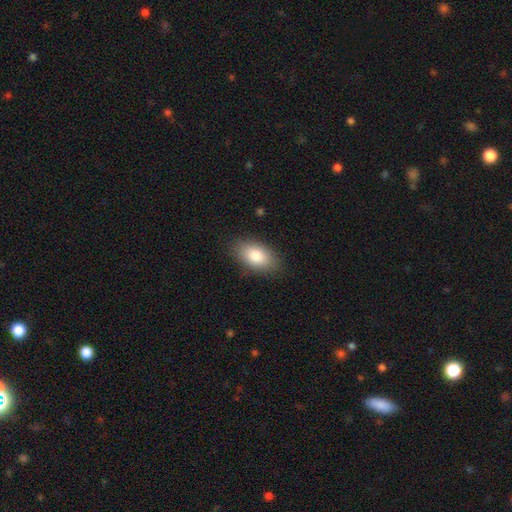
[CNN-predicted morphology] The model was most divided on "merging": none: 85%, minor disturbance: 11%, major disturbance: 3%, merger: 1%. More confident: how rounded — in between (93%); smooth or featured — smooth (84%).